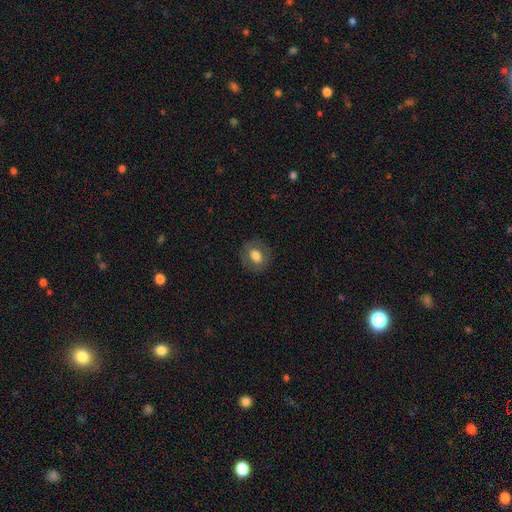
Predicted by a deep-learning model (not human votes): Morphology: type=smooth (70%); roundness=round (54%); merging=none (83%).